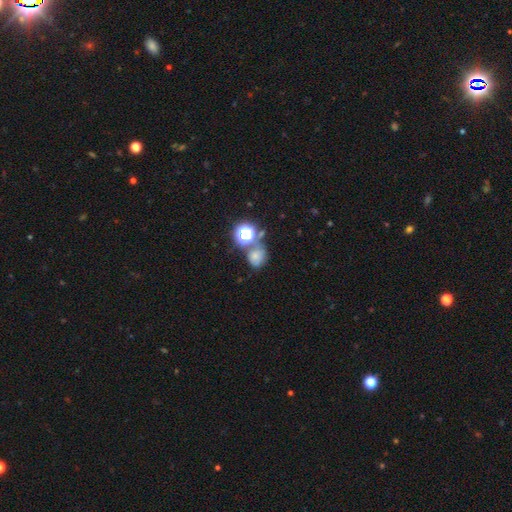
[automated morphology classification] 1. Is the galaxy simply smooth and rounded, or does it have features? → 57% smooth, 28% star or artifact, 15% featured or disk.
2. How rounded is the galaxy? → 65% round, 34% in between, 1% cigar-shaped.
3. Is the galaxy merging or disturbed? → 50% none, 24% merger, 17% minor disturbance, 9% major disturbance.